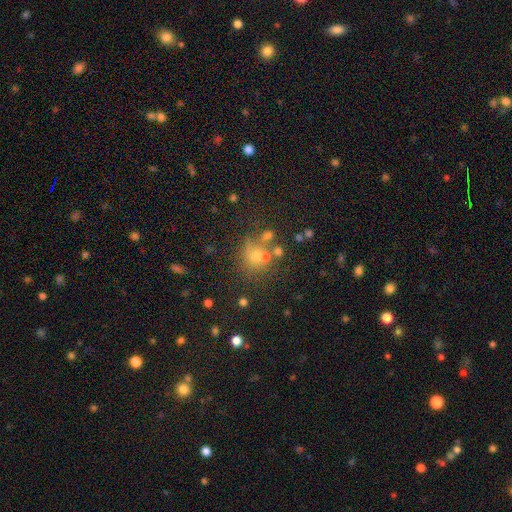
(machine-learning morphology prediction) A smooth galaxy with no disk features (57%) that is round (80%). Merging: none (56%).